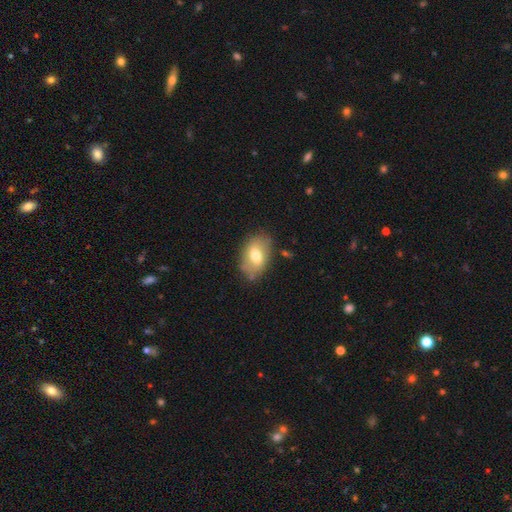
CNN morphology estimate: smooth_or_featured: smooth (p=0.67) [alt: featured or disk p=0.25]
how_rounded: in between (p=0.86) [alt: round p=0.13]
merging: none (p=0.76) [alt: minor disturbance p=0.17]